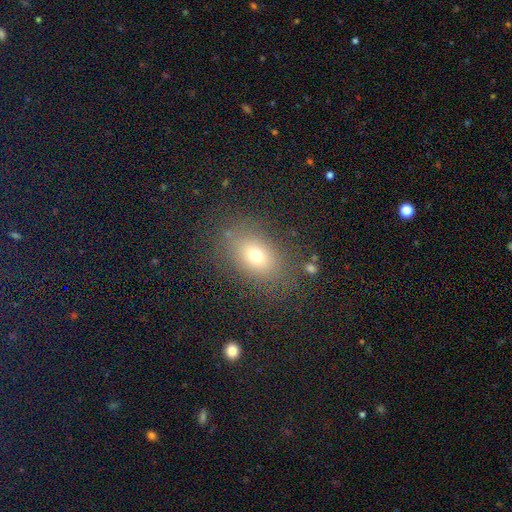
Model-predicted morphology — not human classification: The model was most divided on "how rounded": in between: 76%, round: 22%, cigar-shaped: 2%. More confident: merging — none (80%); smooth or featured — smooth (71%).